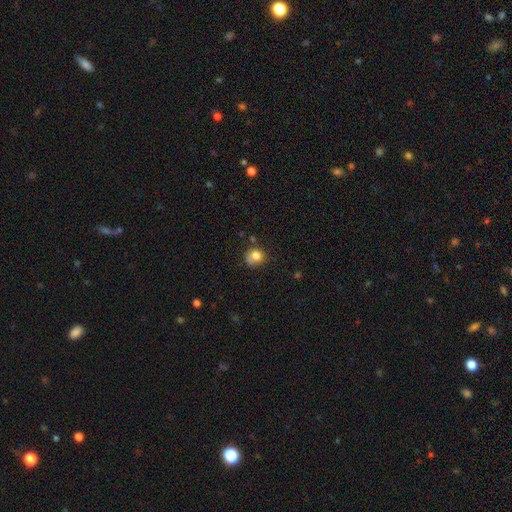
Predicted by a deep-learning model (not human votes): This appears to be a smooth galaxy with no disk features (78%) that is round (74%). Merging: none (52%).